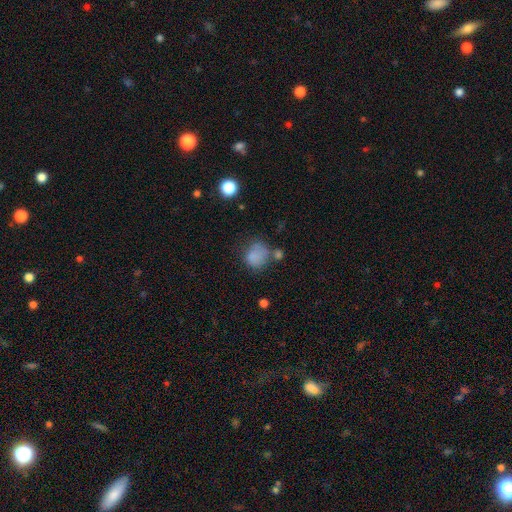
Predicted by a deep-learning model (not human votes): Smooth or featured?
  - smooth: 77% *
  - star or artifact: 12%
  - featured or disk: 11%
How rounded?
  - round: 69% *
  - in between: 30%
  - cigar-shaped: 1%
Merging?
  - none: 44% *
  - minor disturbance: 24%
  - major disturbance: 17%
  - merger: 15%